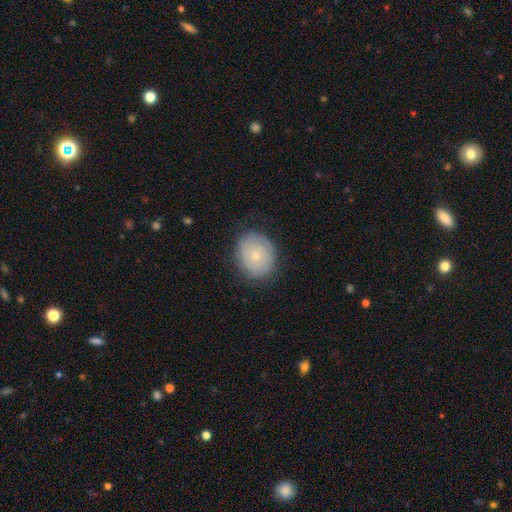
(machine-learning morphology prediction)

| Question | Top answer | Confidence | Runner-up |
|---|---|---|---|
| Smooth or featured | smooth | 66% | featured or disk (26%) |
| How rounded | round | 62% | in between (37%) |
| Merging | none | 80% | minor disturbance (15%) |